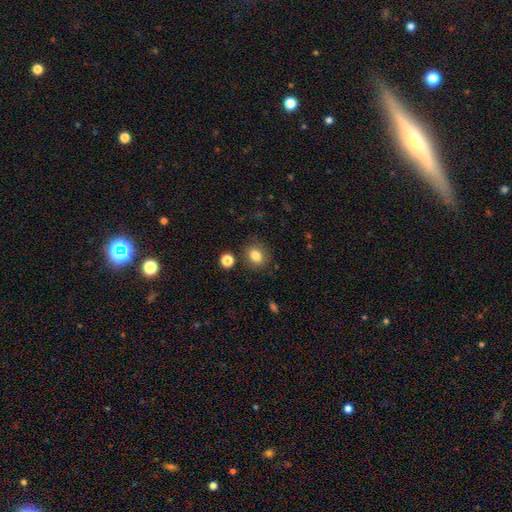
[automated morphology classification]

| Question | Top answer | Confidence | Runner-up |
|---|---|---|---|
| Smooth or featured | smooth | 83% | star or artifact (11%) |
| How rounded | round | 59% | in between (40%) |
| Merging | none | 82% | minor disturbance (10%) |